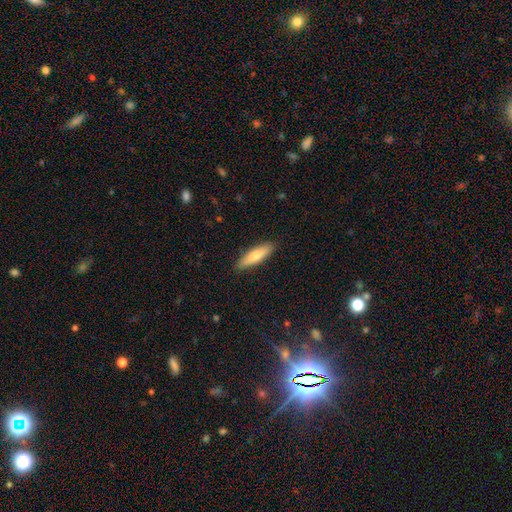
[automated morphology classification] A smooth galaxy with no disk features (73%) that is cigar-shaped (68%). Merging: none (89%).